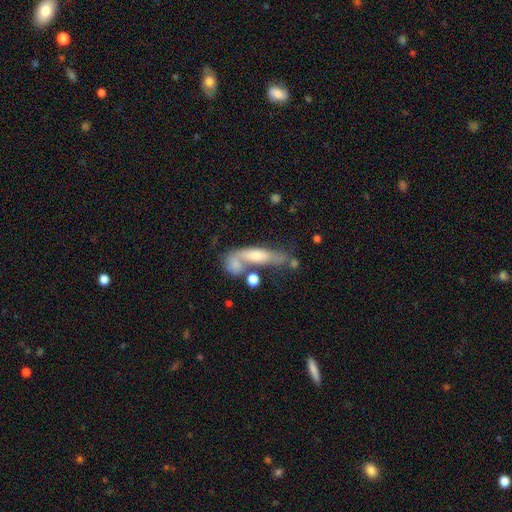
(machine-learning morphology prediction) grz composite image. It shows a smooth galaxy with no disk features (50%). Merging: merger (35%).